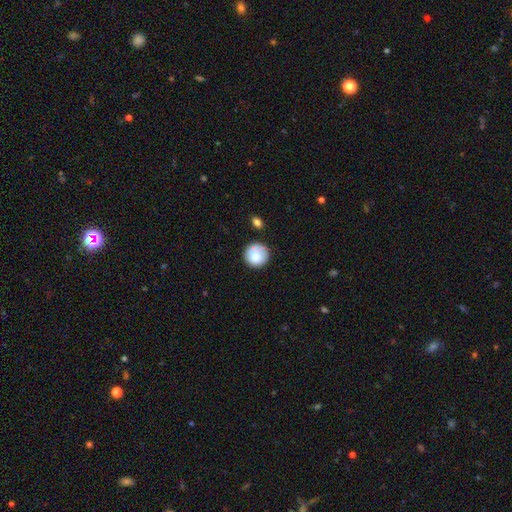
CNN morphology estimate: Q: Smooth or featured?
A: smooth (81%); runner-up: featured or disk (11%)
Q: How rounded?
A: round (92%); runner-up: in between (8%)
Q: Merging?
A: none (70%); runner-up: minor disturbance (19%)